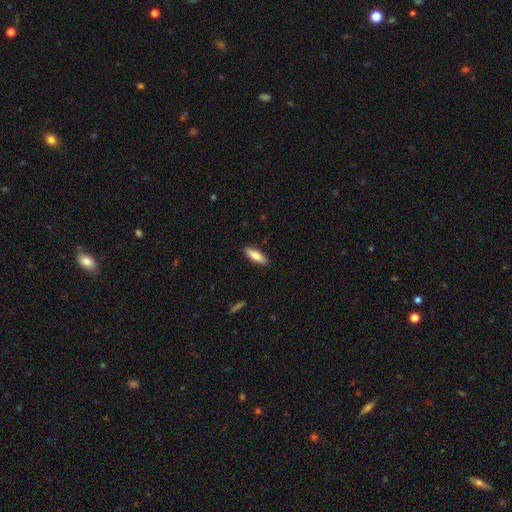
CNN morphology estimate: Smooth or featured: smooth — 80% (featured or disk — 15%)
How rounded: cigar-shaped — 49% (tied with in between — 49%)
Merging: none — 89% (minor disturbance — 8%)